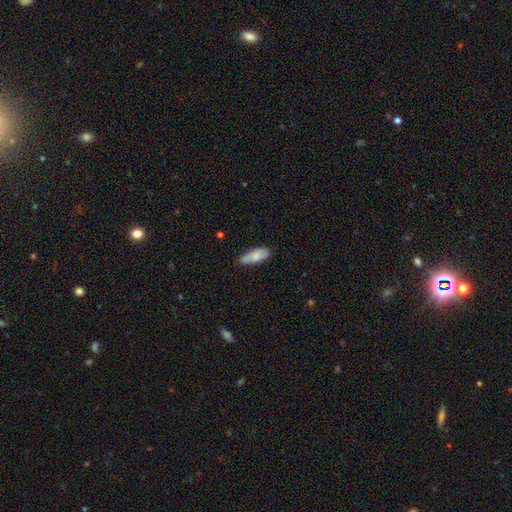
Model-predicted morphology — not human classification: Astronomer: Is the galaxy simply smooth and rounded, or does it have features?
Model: smooth — 77%.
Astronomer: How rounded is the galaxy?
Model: in between — 72%.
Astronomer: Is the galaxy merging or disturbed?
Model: none — 68%.